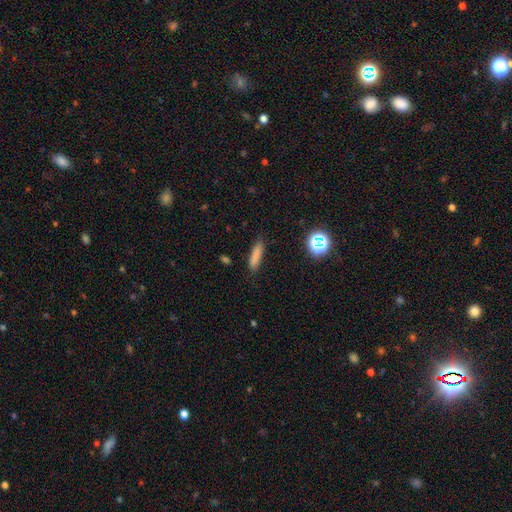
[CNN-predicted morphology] smooth 80%, star or artifact 11%, featured or disk 9%. Down the decision tree: how rounded — cigar-shaped (76%); merging — none (84%).